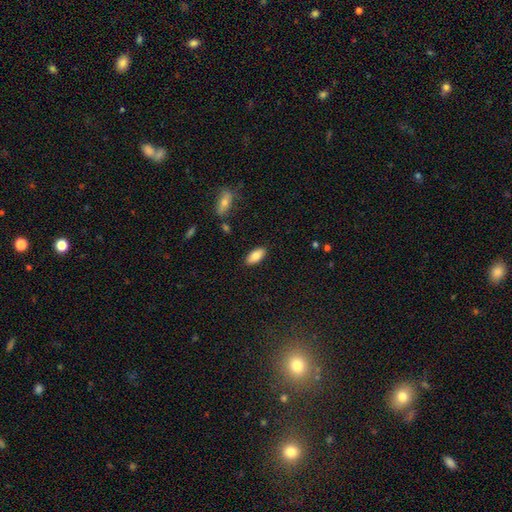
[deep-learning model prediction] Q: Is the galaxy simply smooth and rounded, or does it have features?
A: smooth — 82%.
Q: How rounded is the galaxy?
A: in between — 90%.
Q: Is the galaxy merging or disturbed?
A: none — 88%.